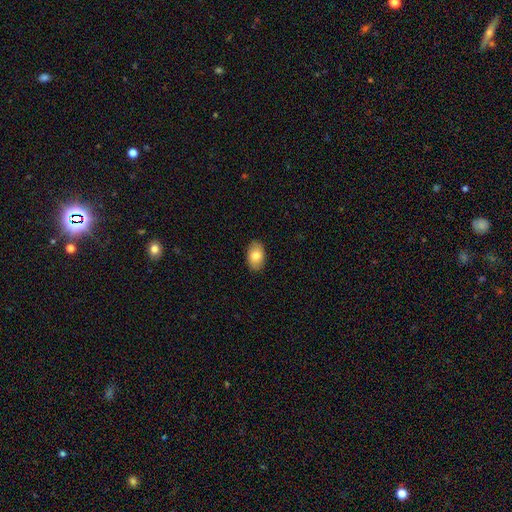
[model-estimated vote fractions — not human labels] Smooth or featured? smooth (81%)
How rounded? in between (90%)
Merging? none (88%)